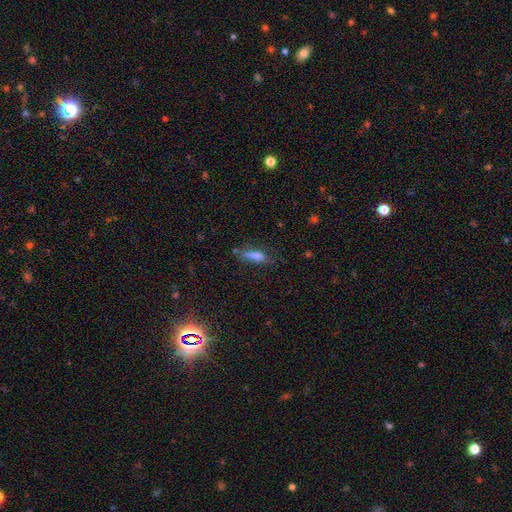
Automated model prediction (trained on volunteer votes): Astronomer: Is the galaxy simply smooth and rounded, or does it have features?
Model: smooth — 72%.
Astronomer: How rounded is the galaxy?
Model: cigar-shaped — 54% (runner-up: in between, 44%).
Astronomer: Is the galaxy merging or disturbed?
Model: none — 59%.